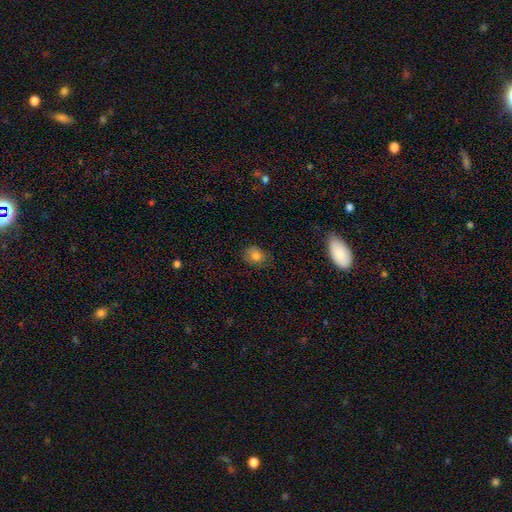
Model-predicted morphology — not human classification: A smooth galaxy with no disk features (80%) that is round (50%). Merging: none (75%).